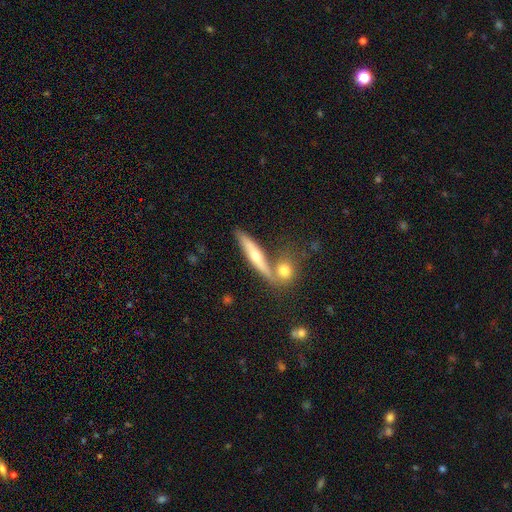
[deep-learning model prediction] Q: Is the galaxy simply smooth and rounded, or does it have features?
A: featured or disk — 59%.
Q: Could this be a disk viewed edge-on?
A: yes — 88%.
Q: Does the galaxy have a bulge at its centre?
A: rounded — 89%.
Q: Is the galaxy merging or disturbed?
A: none — 63%.